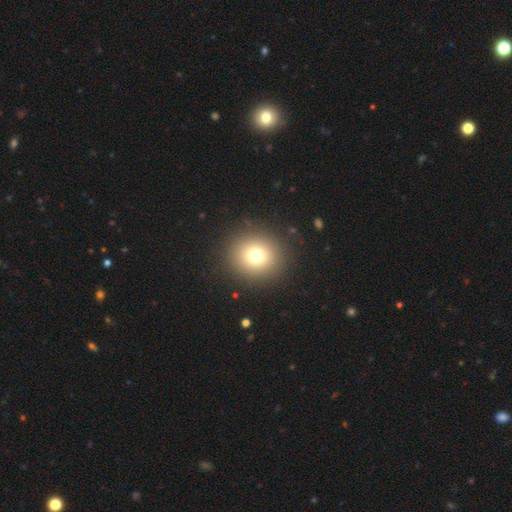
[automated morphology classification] A smooth galaxy with no disk features (74%) that is round (90%). Merging: none (90%).